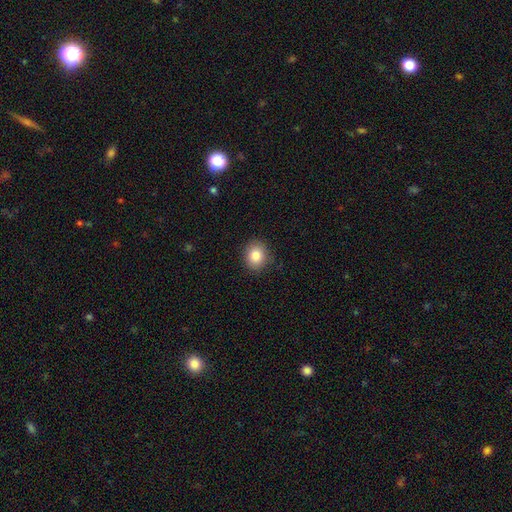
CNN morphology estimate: Smooth or featured: smooth — 83% (star or artifact — 10%)
How rounded: round — 68% (in between — 31%)
Merging: none — 87% (minor disturbance — 10%)